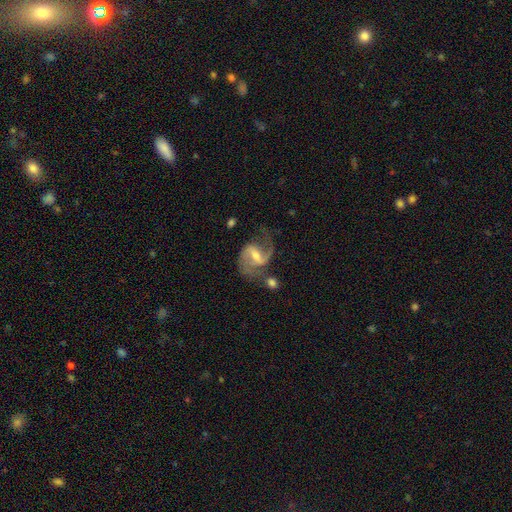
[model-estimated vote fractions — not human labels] smooth_or_featured: featured or disk (p=0.88) [alt: smooth p=0.07]
disk_edge_on: no (p=0.98) [alt: yes p=0.02]
bar: weak (p=0.52) [alt: strong p=0.34]
has_spiral_arms: yes (p=0.96) [alt: no p=0.04]
spiral_winding: medium (p=0.49) [alt: loose p=0.40]
spiral_arm_count: 2 (p=0.87) [alt: 1 p=0.04]
bulge_size: moderate (p=0.53) [alt: small p=0.39]
merging: none (p=0.53) [alt: minor disturbance p=0.20]